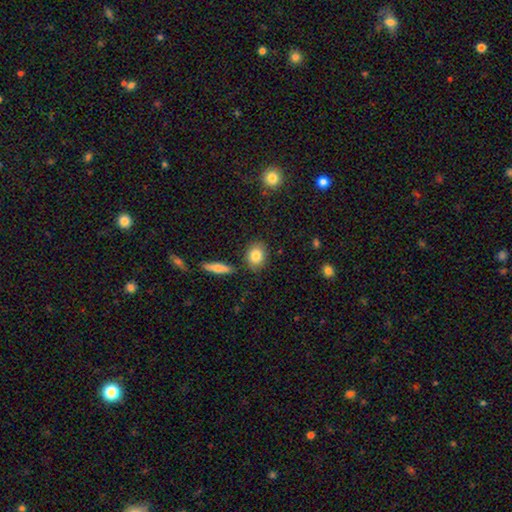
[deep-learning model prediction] Morphology: type=smooth (83%); roundness=round (52%); merging=none (81%).